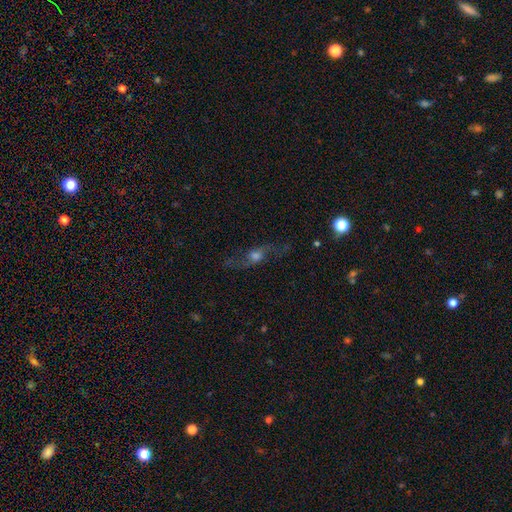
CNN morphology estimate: smooth_or_featured: featured or disk (p=0.57) [alt: smooth p=0.28]
disk_edge_on: yes (p=0.51) [alt: no p=0.49]
merging: none (p=0.71) [alt: minor disturbance p=0.16]